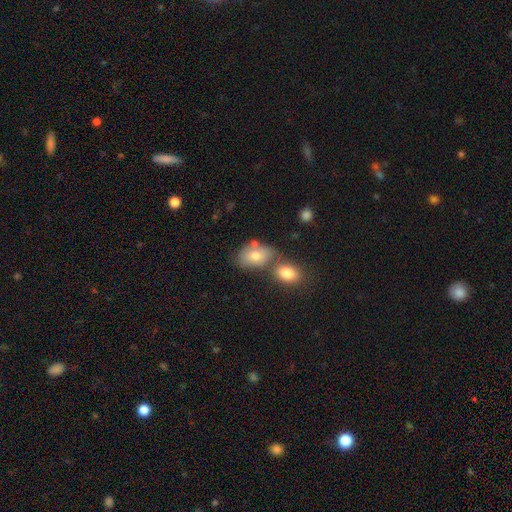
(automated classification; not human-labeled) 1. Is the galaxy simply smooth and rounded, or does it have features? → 72% smooth, 18% featured or disk, 10% star or artifact.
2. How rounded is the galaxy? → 84% in between, 14% round, 2% cigar-shaped.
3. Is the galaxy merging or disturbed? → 45% none, 36% merger, 14% minor disturbance, 5% major disturbance.